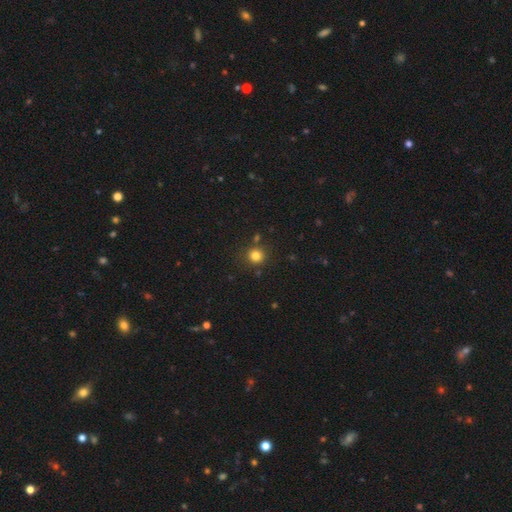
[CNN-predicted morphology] Overall: smooth (81%). How rounded: round (90%). Merging: none (84%).